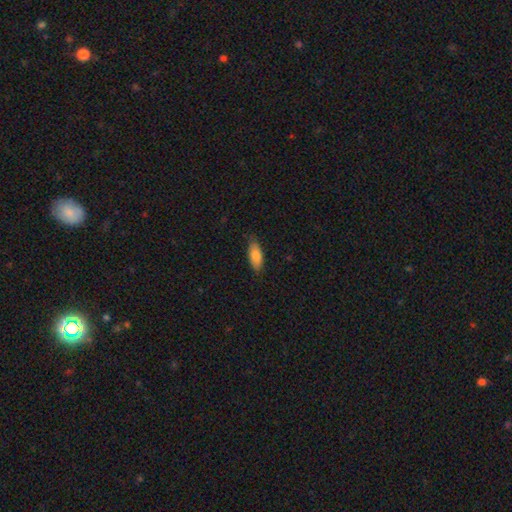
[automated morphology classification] A smooth galaxy with no disk features (83%) that is in between round and cigar-shaped (81%).

Vote fractions:
- Smooth or featured? smooth: 83% / featured or disk: 11% / star or artifact: 6%
- How rounded? in between: 81% / cigar-shaped: 17% / round: 2%
- Merging? none: 81% / minor disturbance: 16% / major disturbance: 2% / merger: 1%